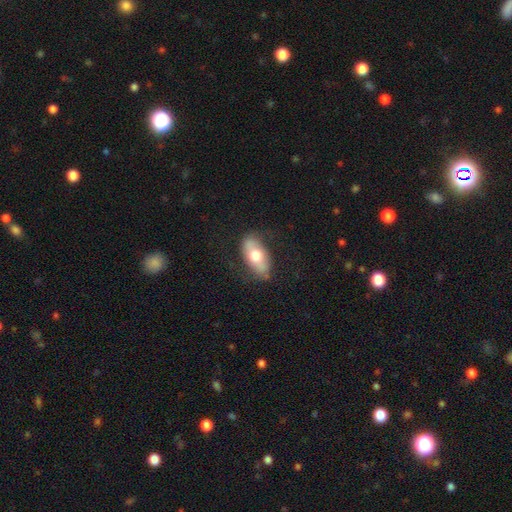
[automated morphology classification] type=smooth (57%); roundness=in between (89%); merging=none (76%).